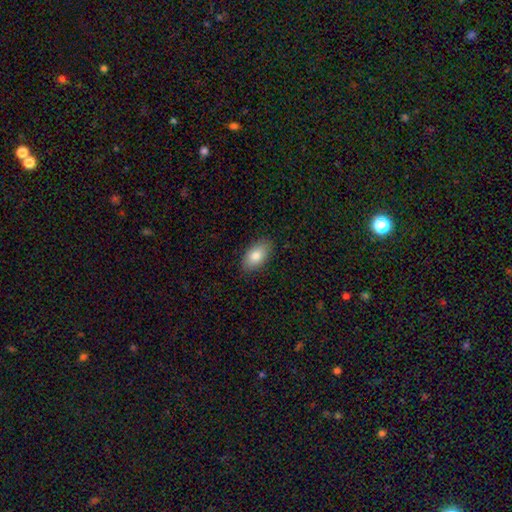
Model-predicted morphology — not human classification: A smooth galaxy with no disk features (83%) that is in between round and cigar-shaped (93%).

Vote fractions:
- Smooth or featured? smooth: 83% / featured or disk: 10% / star or artifact: 7%
- How rounded? in between: 93% / round: 4% / cigar-shaped: 3%
- Merging? none: 86% / minor disturbance: 10% / major disturbance: 2% / merger: 1%